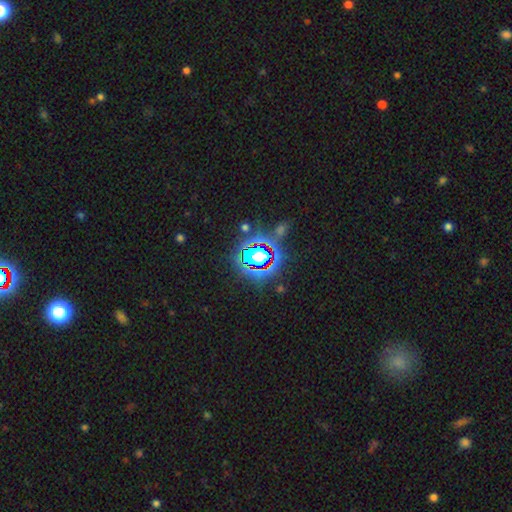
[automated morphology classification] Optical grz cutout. It shows a star or artifact, not a galaxy (77%).